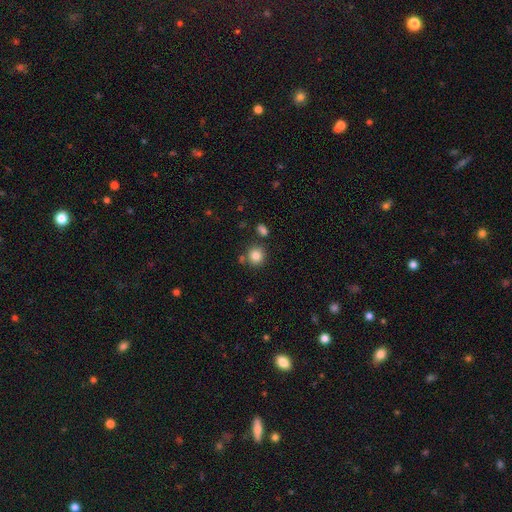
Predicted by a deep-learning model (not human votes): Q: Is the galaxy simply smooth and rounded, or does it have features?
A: smooth — 84%.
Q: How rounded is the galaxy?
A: round — 88%.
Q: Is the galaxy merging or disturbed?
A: none — 77%.